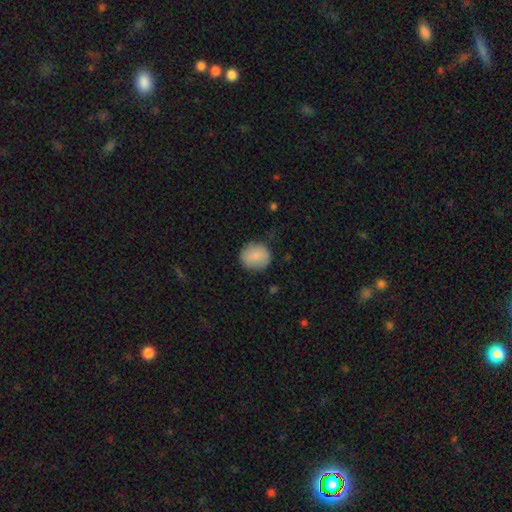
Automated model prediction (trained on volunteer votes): Morphology: type=smooth (85%); roundness=round (84%); merging=none (80%).